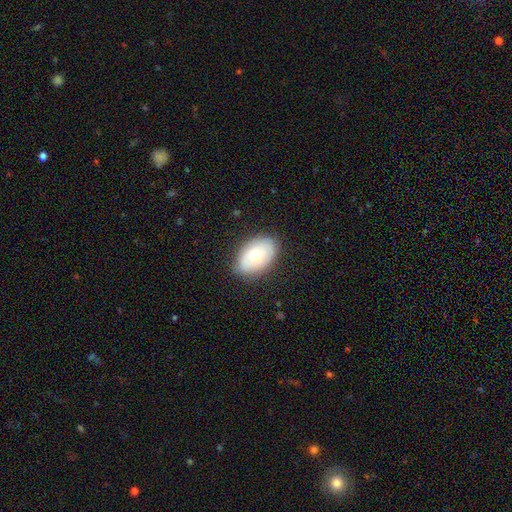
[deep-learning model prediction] Smooth or featured? smooth (66%)
How rounded? in between (89%)
Merging? none (81%)